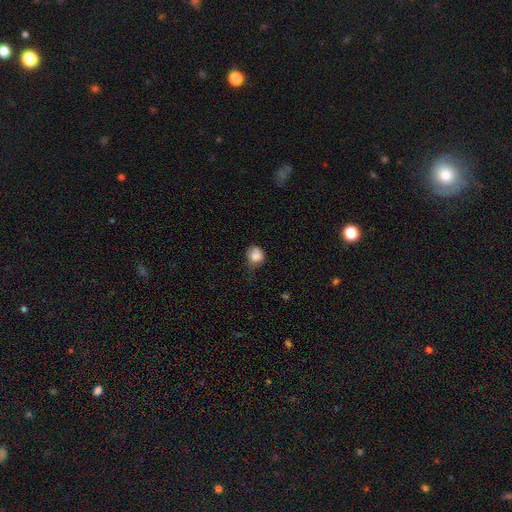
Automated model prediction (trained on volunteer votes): Q: Smooth or featured?
A: smooth (83%); runner-up: star or artifact (9%)
Q: How rounded?
A: round (72%); runner-up: in between (27%)
Q: Merging?
A: none (41%); runner-up: minor disturbance (39%)